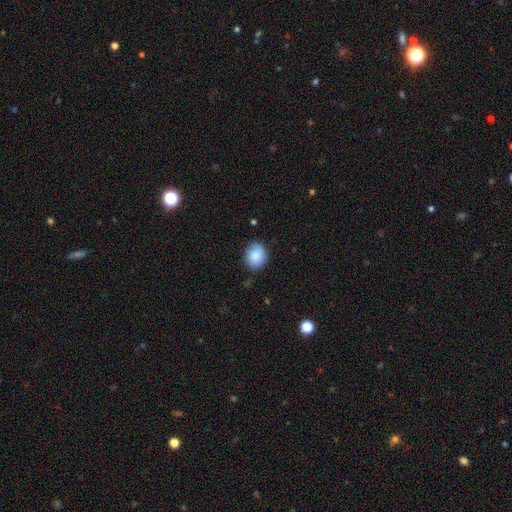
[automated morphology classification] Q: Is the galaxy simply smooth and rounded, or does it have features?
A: smooth — 84%.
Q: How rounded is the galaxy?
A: round — 59%.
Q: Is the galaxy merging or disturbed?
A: none — 78%.